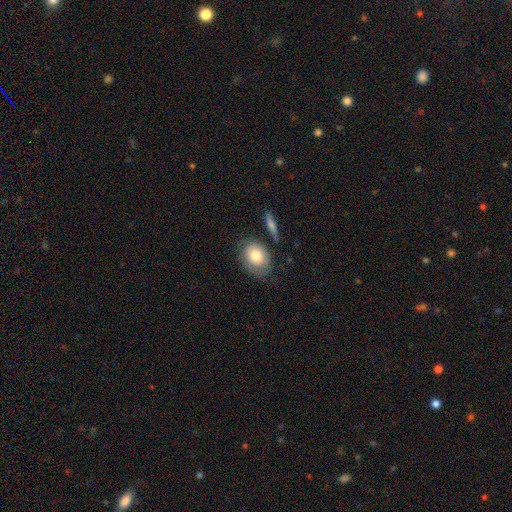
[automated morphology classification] smooth_or_featured: smooth (p=0.76) [alt: featured or disk p=0.17]
how_rounded: in between (p=0.61) [alt: round p=0.37]
merging: none (p=0.67) [alt: minor disturbance p=0.20]